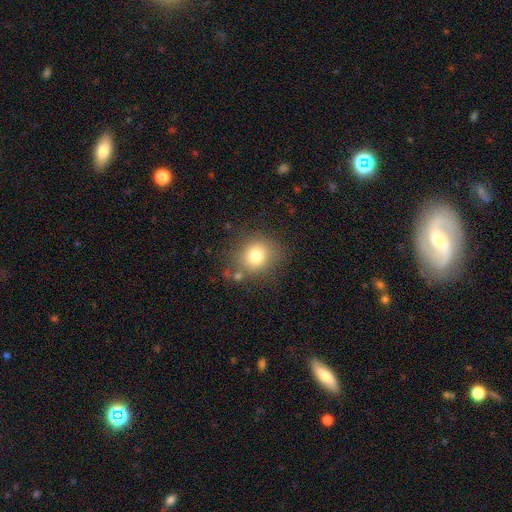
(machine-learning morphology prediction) This appears to be a smooth galaxy with no disk features (77%) that is round (83%). Merging: none (77%).